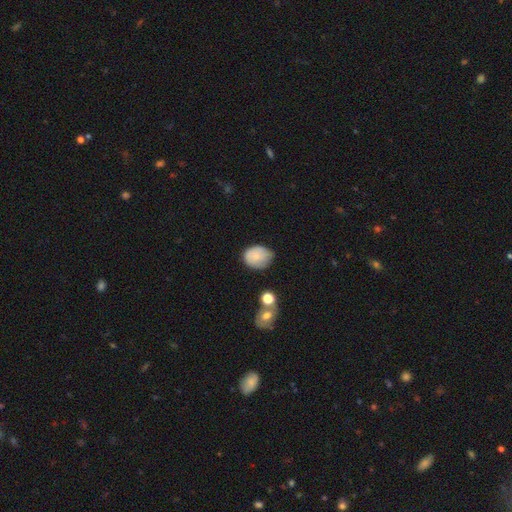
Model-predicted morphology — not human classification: smooth-or-featured: smooth: 74% | featured or disk: 18% | star or artifact: 8%
  how-rounded: in between: 53% | round: 46% | cigar-shaped: 1%
  merging: none: 55% | minor disturbance: 33% | major disturbance: 8% | merger: 4%